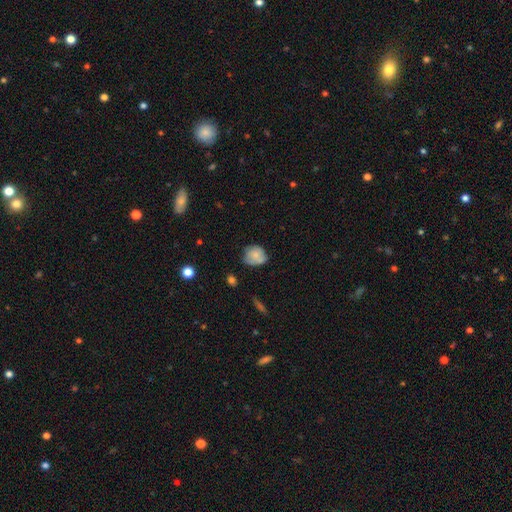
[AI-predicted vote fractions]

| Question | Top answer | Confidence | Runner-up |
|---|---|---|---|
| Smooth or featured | smooth | 72% | featured or disk (19%) |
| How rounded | round | 63% | in between (36%) |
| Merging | none | 51% | minor disturbance (33%) |